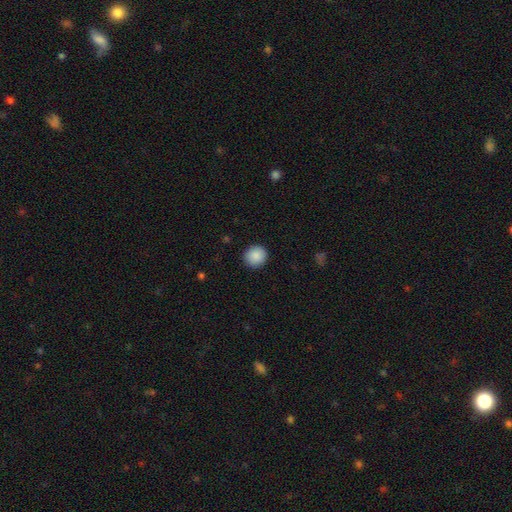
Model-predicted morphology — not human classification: Q: Smooth or featured?
A: smooth (89%); runner-up: star or artifact (8%)
Q: How rounded?
A: round (90%); runner-up: in between (9%)
Q: Merging?
A: none (91%); runner-up: minor disturbance (6%)